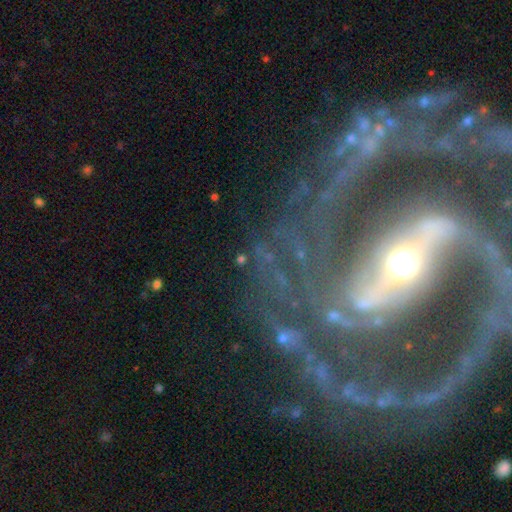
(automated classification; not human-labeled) featured or disk 84%, star or artifact 9%, smooth 7%. Down the decision tree: edge-on disk — no (92%); bar — strong (56%); spiral arms — yes (87%); spiral arm count — 2 (45%); spiral winding — tight (42%); bulge size — moderate (52%); merging — none (61%).